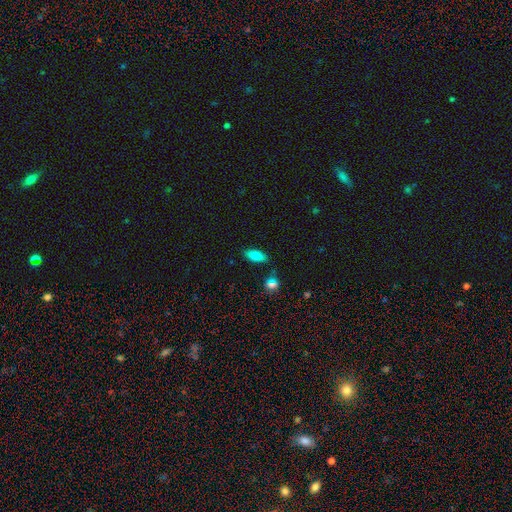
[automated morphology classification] Smooth or featured? Predicted: smooth (p=0.79). How rounded? Predicted: in between (p=0.83). Merging? Predicted: none (p=0.81).